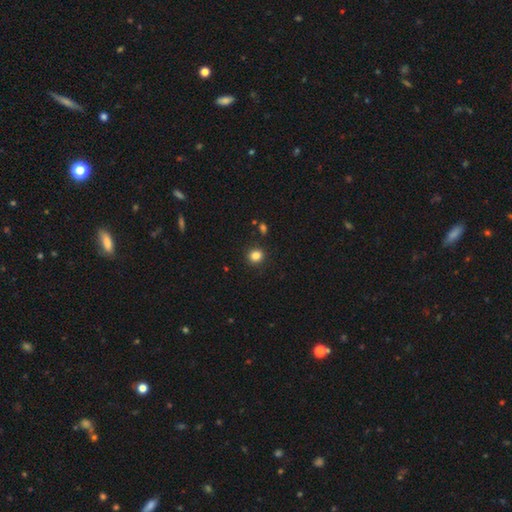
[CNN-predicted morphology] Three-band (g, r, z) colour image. It shows a smooth galaxy with no disk features (84%) that is round (82%). Merging: none (90%).